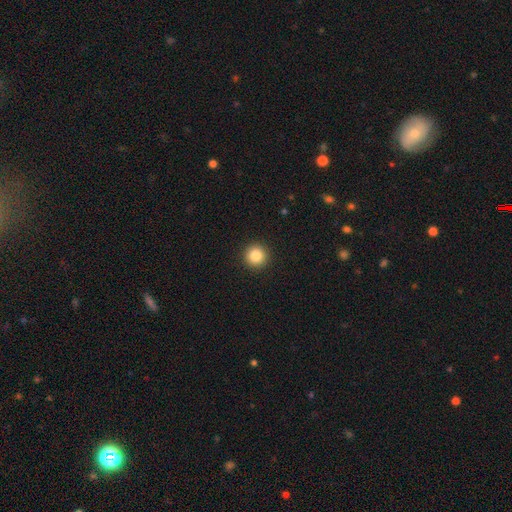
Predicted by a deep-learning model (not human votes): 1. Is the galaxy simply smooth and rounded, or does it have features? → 85% smooth, 10% star or artifact, 5% featured or disk.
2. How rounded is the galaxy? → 96% round, 3% in between, 1% cigar-shaped.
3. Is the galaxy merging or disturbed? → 93% none, 4% minor disturbance, 2% major disturbance, 1% merger.